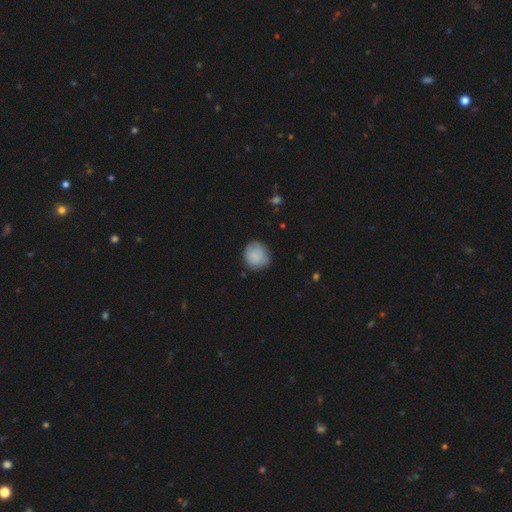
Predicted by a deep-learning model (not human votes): The model was most divided on "merging": none: 74%, minor disturbance: 20%, major disturbance: 4%, merger: 2%. More confident: how rounded — round (88%); smooth or featured — smooth (81%).